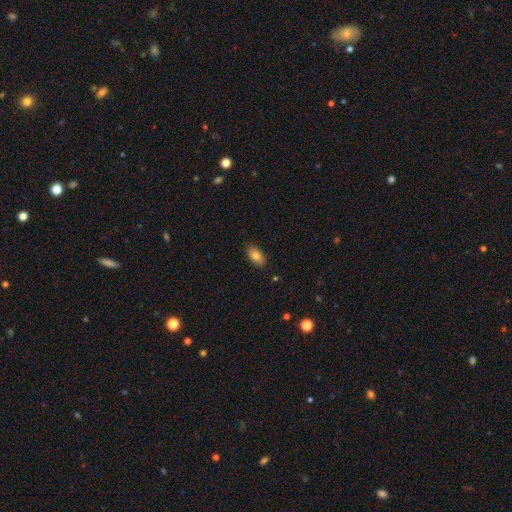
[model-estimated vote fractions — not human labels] A smooth galaxy with no disk features (81%) that is in between round and cigar-shaped (92%).

Vote fractions:
- Smooth or featured? smooth: 81% / featured or disk: 11% / star or artifact: 8%
- How rounded? in between: 92% / round: 5% / cigar-shaped: 3%
- Merging? none: 87% / minor disturbance: 10% / major disturbance: 2% / merger: 1%